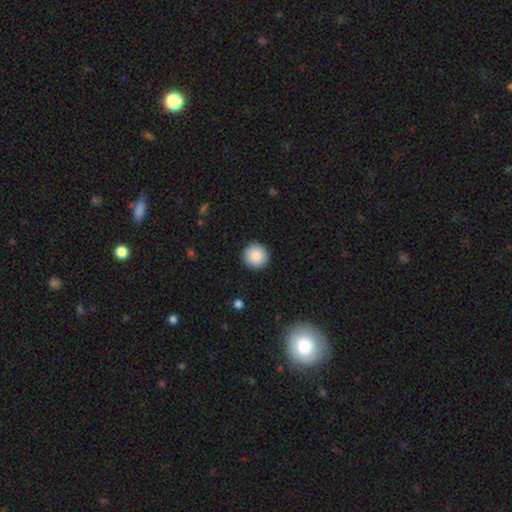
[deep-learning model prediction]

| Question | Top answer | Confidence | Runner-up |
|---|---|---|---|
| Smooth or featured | smooth | 88% | star or artifact (8%) |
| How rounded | round | 95% | in between (4%) |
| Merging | none | 92% | minor disturbance (5%) |